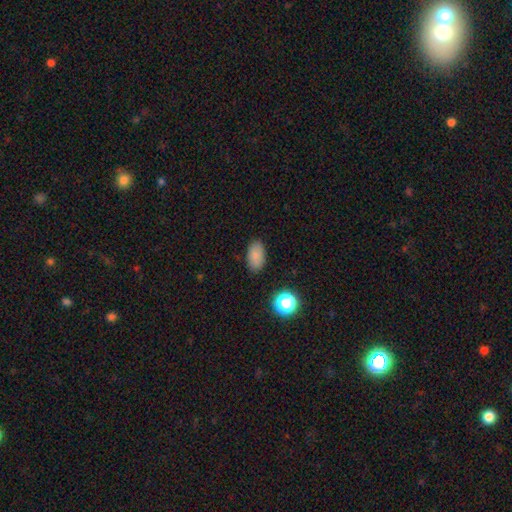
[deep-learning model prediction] A smooth galaxy with no disk features (85%) that is in between round and cigar-shaped (92%).

Vote fractions:
- Smooth or featured? smooth: 85% / star or artifact: 11% / featured or disk: 5%
- How rounded? in between: 92% / round: 6% / cigar-shaped: 2%
- Merging? none: 86% / minor disturbance: 10% / major disturbance: 3% / merger: 1%